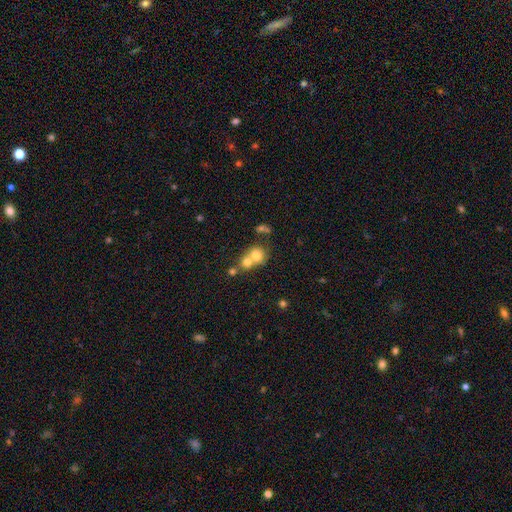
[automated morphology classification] This appears to be a smooth galaxy with no disk features (72%) that is round (79%). Merging: merger (60%).